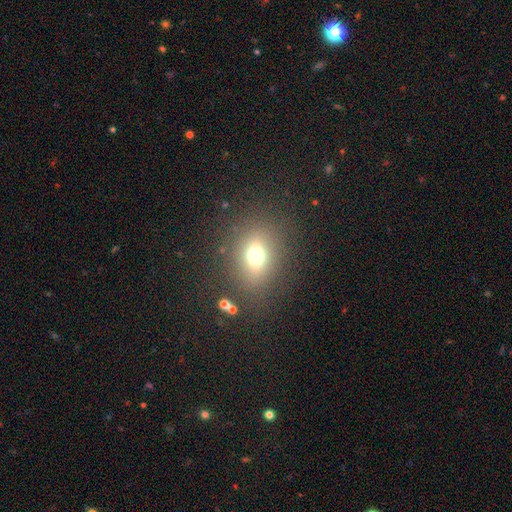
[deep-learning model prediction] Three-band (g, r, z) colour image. It shows a smooth galaxy with no disk features (67%) that is round (55%). Merging: none (82%).